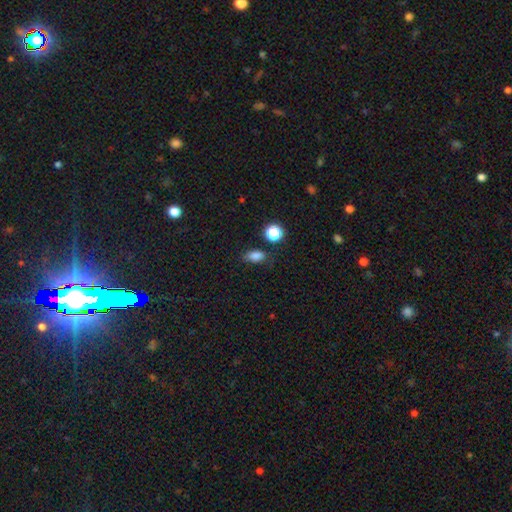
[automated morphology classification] This is clearly a smooth galaxy (80%). How rounded: clearly in between (81%). Merging: likely none (71%).